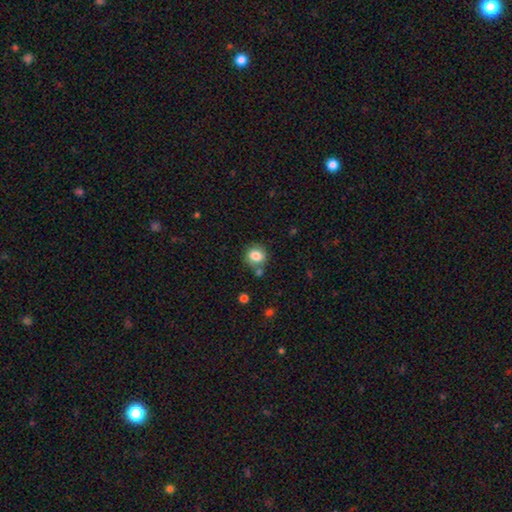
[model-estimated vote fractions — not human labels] A smooth galaxy with no disk features (82%) that is round (83%).

Vote fractions:
- Smooth or featured? smooth: 82% / star or artifact: 10% / featured or disk: 8%
- How rounded? round: 83% / in between: 16% / cigar-shaped: 1%
- Merging? none: 74% / minor disturbance: 12% / merger: 11% / major disturbance: 3%